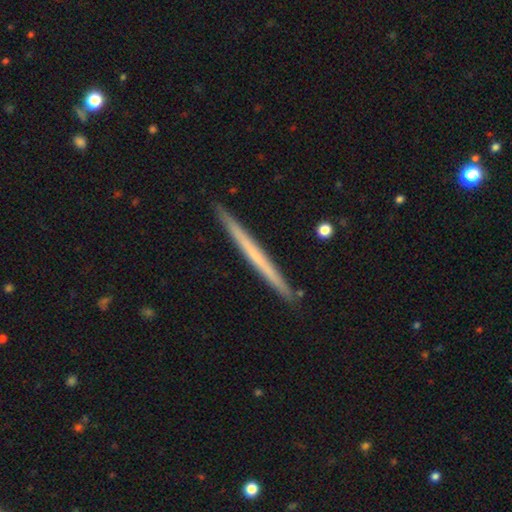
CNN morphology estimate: This appears to be a featured or disk galaxy (50%). Merging: none (92%).